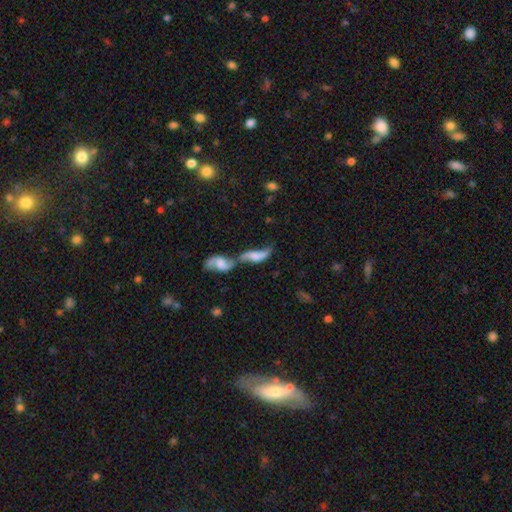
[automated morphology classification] Smooth or featured: featured or disk — 55% (smooth — 36%)
Edge-on disk: no — 84% (yes — 16%)
Merging: merger — 70% (none — 14%)